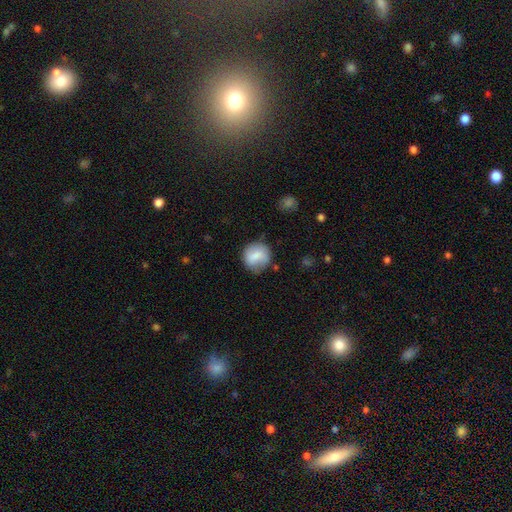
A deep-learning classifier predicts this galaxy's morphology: Smooth or featured? Predicted: smooth (p=0.73). How rounded? Predicted: round (p=0.83). Merging? Predicted: none (p=0.69).